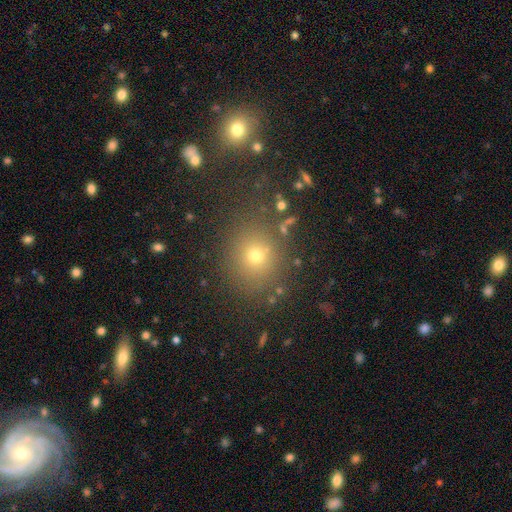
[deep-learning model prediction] Overall: smooth (69%). How rounded: round (81%). Merging: none (81%).